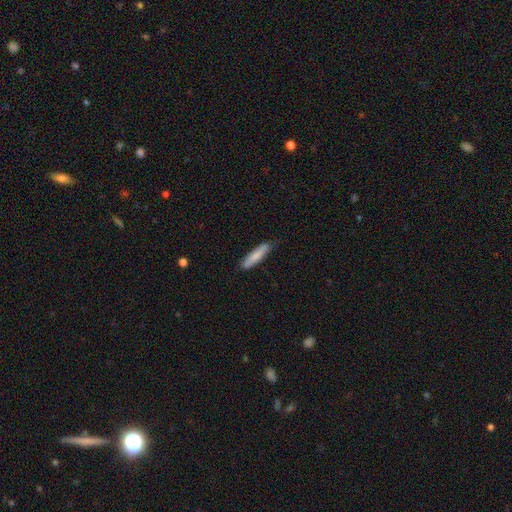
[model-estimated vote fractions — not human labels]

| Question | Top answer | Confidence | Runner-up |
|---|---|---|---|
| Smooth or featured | smooth | 78% | featured or disk (17%) |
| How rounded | cigar-shaped | 83% | in between (16%) |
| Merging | none | 80% | minor disturbance (16%) |